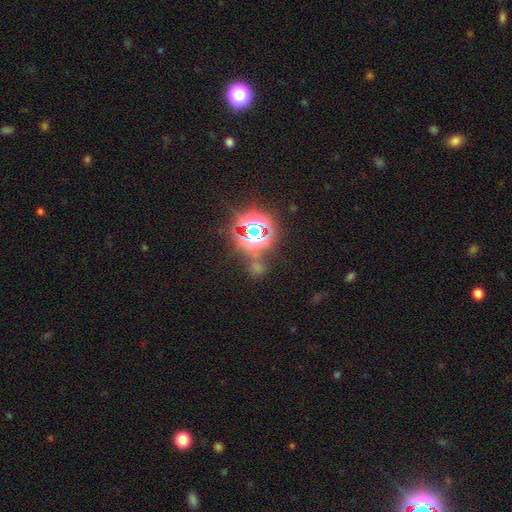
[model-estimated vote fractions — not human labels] Smooth or featured? star or artifact (77%)